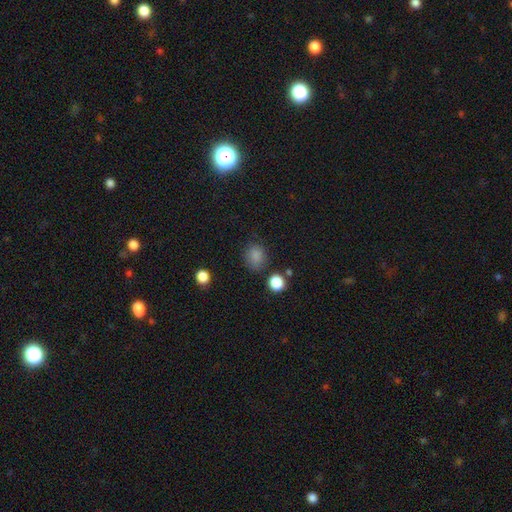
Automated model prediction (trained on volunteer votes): Morphology: type=smooth (84%); roundness=round (65%); merging=none (76%).